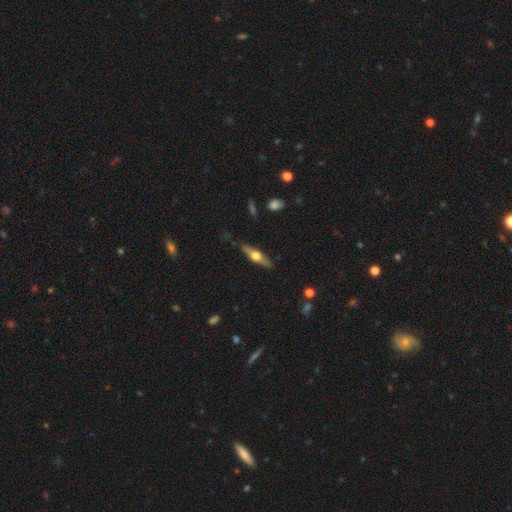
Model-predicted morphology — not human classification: Smooth or featured?
  - featured or disk: 61% *
  - smooth: 33%
  - star or artifact: 6%
Edge-on disk?
  - yes: 94% *
  - no: 6%
Edge-on bulge?
  - rounded: 95% *
  - boxy: 3%
  - none: 2%
Merging?
  - none: 85% *
  - minor disturbance: 11%
  - major disturbance: 2%
  - merger: 2%